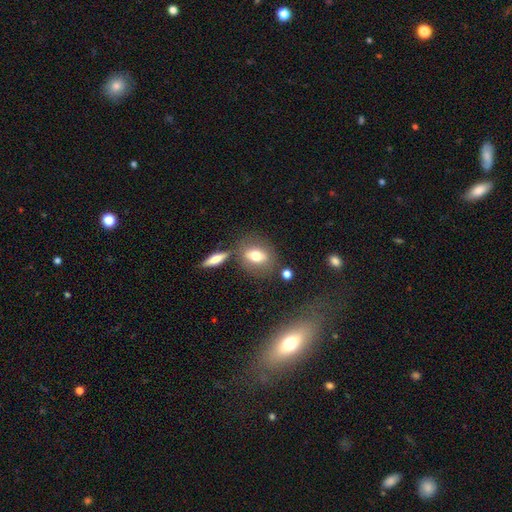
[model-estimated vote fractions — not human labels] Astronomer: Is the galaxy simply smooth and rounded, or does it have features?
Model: smooth — 68%.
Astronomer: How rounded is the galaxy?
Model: in between — 67%.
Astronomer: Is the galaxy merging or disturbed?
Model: none — 69%.